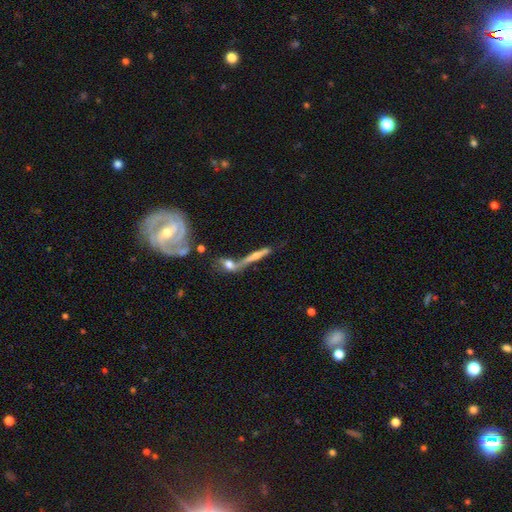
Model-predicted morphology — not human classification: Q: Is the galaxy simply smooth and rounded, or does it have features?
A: featured or disk — 58%.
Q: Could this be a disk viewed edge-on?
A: yes — 83%.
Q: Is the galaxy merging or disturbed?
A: merger — 47%.